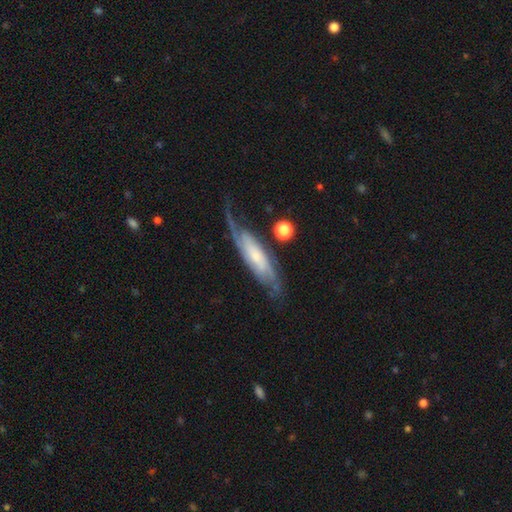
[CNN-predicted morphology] This is likely a featured or disk galaxy (76%). It is likely not viewed edge-on (77%). Bar: possibly no (56%). Spiral arm pattern: clearly yes (93%). Spiral arm count: possibly 2 (57%). Spiral winding: marginally medium (41%). Central bulge: possibly small (56%). Merging: possibly none (56%).